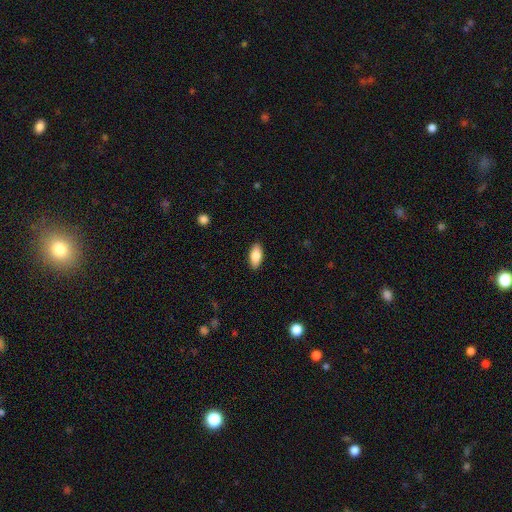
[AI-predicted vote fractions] Smooth or featured?
  - smooth: 83% *
  - featured or disk: 10%
  - star or artifact: 6%
How rounded?
  - in between: 90% *
  - cigar-shaped: 7%
  - round: 2%
Merging?
  - none: 89% *
  - minor disturbance: 8%
  - major disturbance: 2%
  - merger: 1%